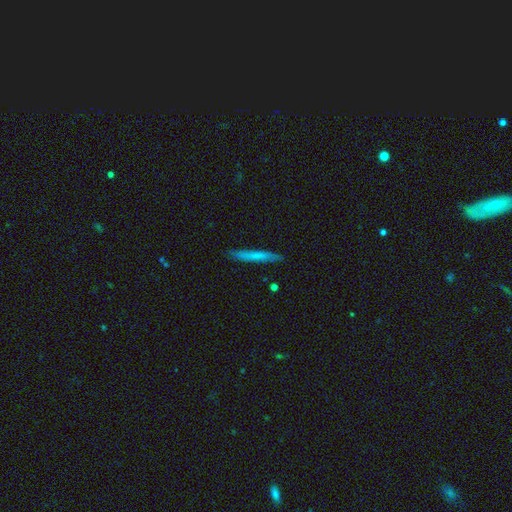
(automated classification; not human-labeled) Smooth or featured?
  - smooth: 63% *
  - featured or disk: 30%
  - star or artifact: 6%
How rounded?
  - cigar-shaped: 96% *
  - in between: 3%
  - round: 1%
Merging?
  - none: 88% *
  - minor disturbance: 9%
  - major disturbance: 2%
  - merger: 1%